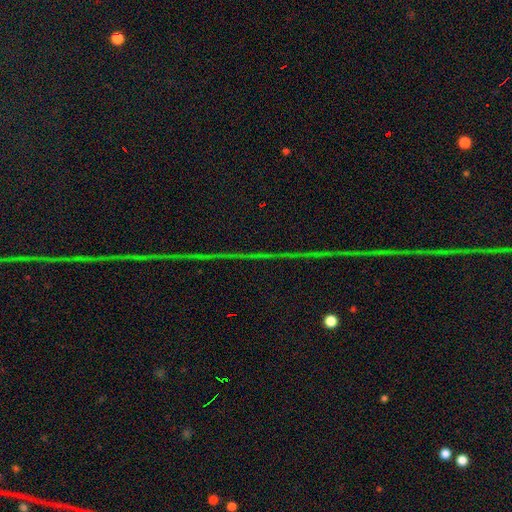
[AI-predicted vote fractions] Overall: star or artifact (86%).